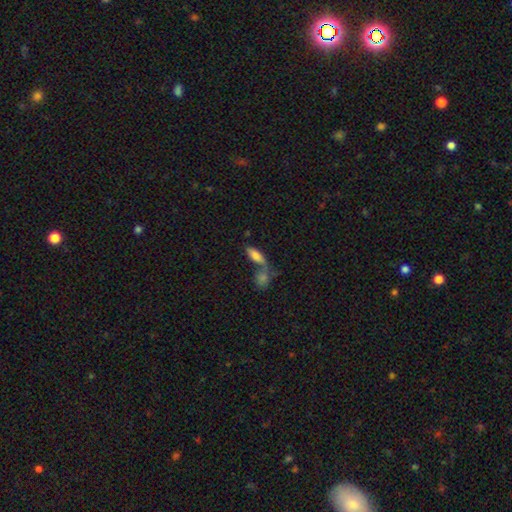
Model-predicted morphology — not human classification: This appears to be a smooth galaxy with no disk features (78%) that is in between round and cigar-shaped (75%). Merging: merger (49%).